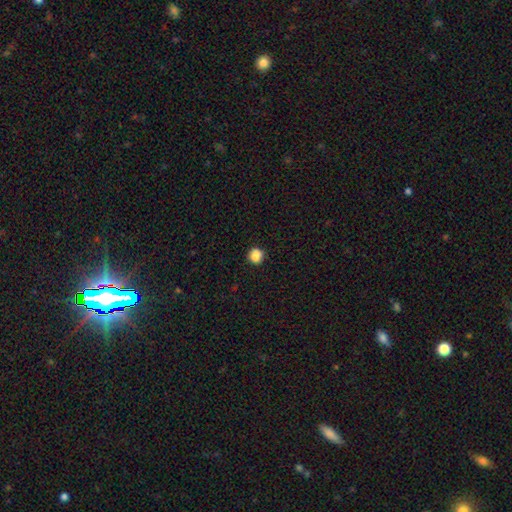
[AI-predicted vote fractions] This is clearly a smooth galaxy (84%). How rounded: clearly round (89%). Merging: likely none (79%).